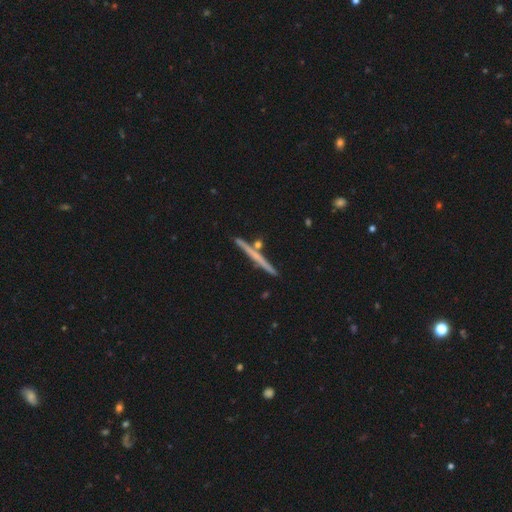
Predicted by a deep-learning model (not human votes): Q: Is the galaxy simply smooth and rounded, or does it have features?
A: featured or disk — 57%.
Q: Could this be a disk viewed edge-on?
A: yes — 98%.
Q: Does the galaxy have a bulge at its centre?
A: none — 74%.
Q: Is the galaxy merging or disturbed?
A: none — 86%.